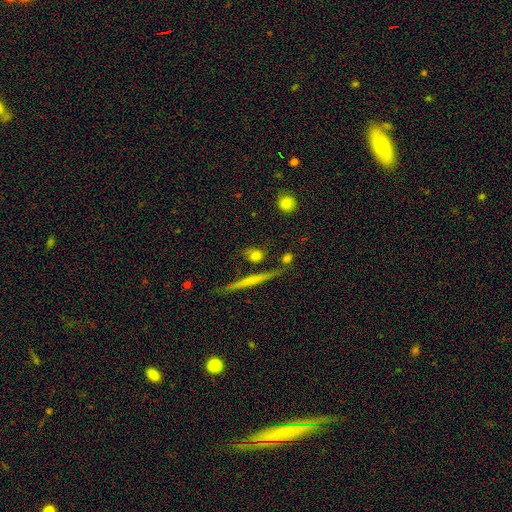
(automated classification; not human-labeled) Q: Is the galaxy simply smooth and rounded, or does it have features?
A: smooth — 68%.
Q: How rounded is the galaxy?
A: round — 58%.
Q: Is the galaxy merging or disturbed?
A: none — 72%.